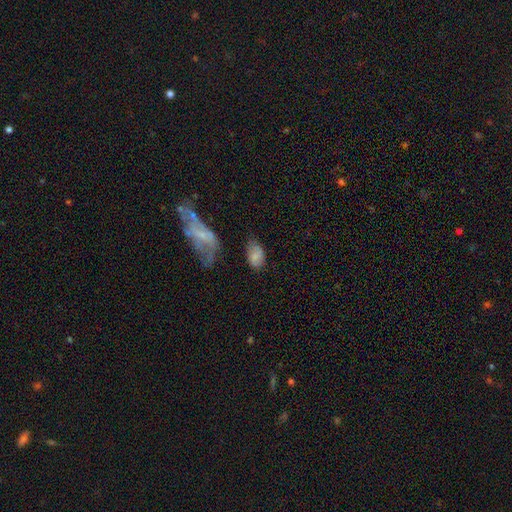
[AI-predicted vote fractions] A smooth galaxy with no disk features (72%) that is in between round and cigar-shaped (90%).

Vote fractions:
- Smooth or featured? smooth: 72% / featured or disk: 19% / star or artifact: 9%
- How rounded? in between: 90% / round: 9% / cigar-shaped: 2%
- Merging? none: 53% / minor disturbance: 29% / major disturbance: 13% / merger: 6%